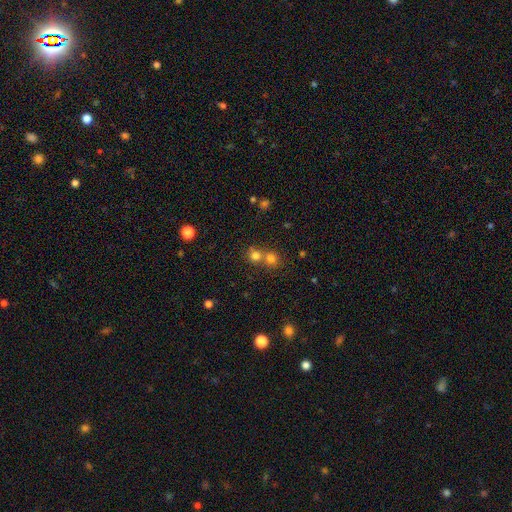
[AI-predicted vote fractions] Morphology: type=smooth (74%); roundness=round (87%); merging=merger (47%).